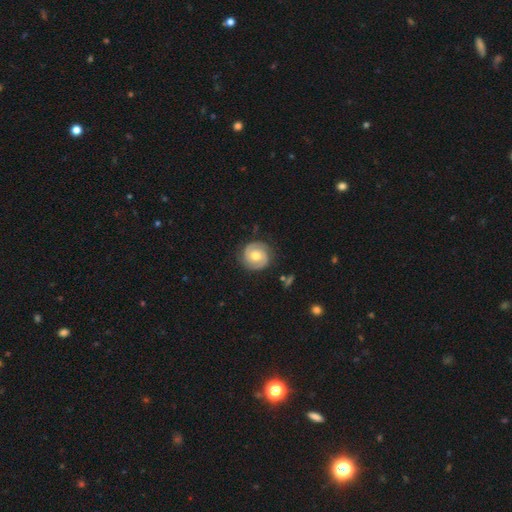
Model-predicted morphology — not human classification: Smooth or featured? Predicted: featured or disk (p=0.75). Edge-on disk? Predicted: no (p=0.98). Bar? Predicted: no (p=0.60). Spiral arms? Predicted: yes (p=0.93). Spiral winding? Predicted: tight (p=0.62). Spiral arm count? Predicted: 2 (p=0.88). Bulge size? Predicted: moderate (p=0.76). Merging? Predicted: none (p=0.84).